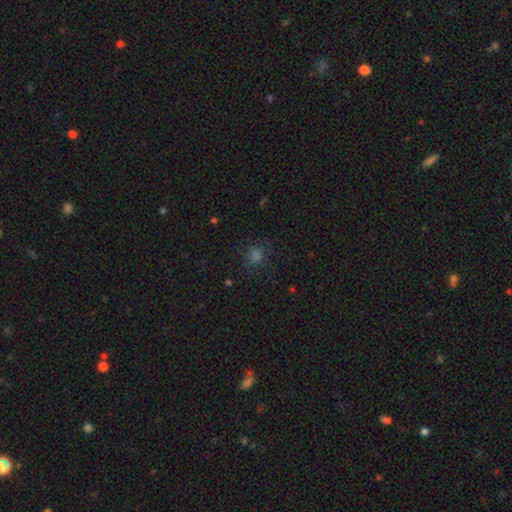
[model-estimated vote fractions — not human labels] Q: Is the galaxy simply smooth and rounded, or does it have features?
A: smooth — 63%.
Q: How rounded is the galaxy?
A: round — 74%.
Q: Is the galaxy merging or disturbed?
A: none — 77%.